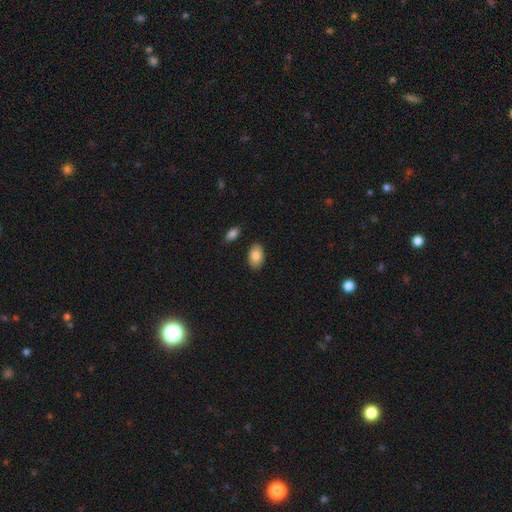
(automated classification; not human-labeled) Overall: smooth (86%). How rounded: in between (92%). Merging: none (85%).